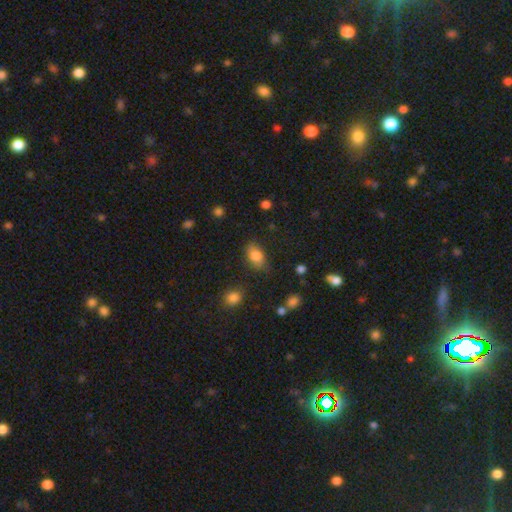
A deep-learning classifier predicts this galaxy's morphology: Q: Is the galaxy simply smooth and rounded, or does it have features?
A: smooth — 82%.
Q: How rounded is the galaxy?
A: in between — 86%.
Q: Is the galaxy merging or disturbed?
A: none — 75%.